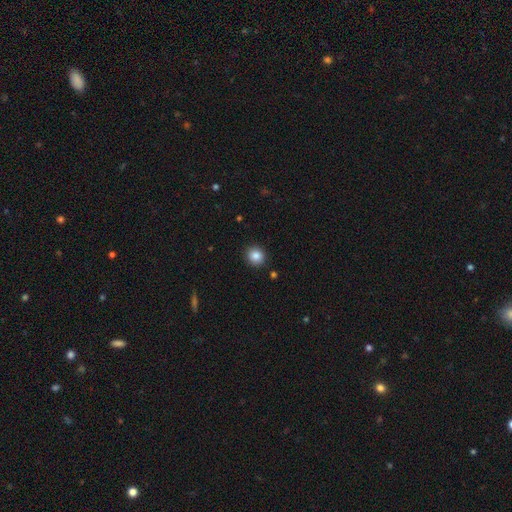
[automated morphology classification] smooth_or_featured: smooth (p=0.86) [alt: star or artifact p=0.10]
how_rounded: round (p=0.85) [alt: in between p=0.14]
merging: none (p=0.91) [alt: minor disturbance p=0.06]